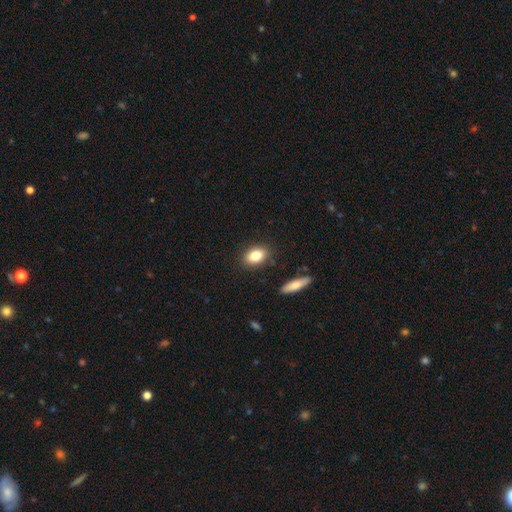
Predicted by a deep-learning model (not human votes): Smooth or featured: smooth — 83% (featured or disk — 9%)
How rounded: in between — 83% (round — 14%)
Merging: none — 85% (minor disturbance — 10%)